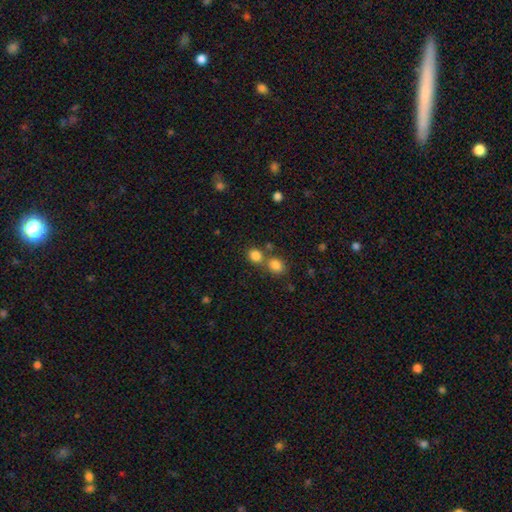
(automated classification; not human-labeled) smooth_or_featured: smooth (p=0.82) [alt: star or artifact p=0.13]
how_rounded: round (p=0.74) [alt: in between p=0.25]
merging: none (p=0.55) [alt: merger p=0.34]